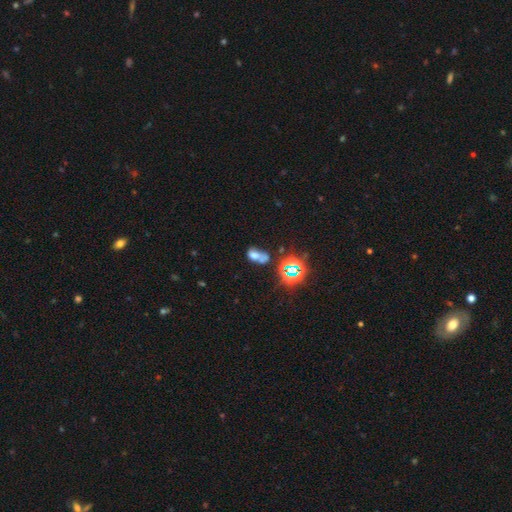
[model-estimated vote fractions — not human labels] The model was most divided on "smooth or featured": smooth: 53%, star or artifact: 25%, featured or disk: 23%. More confident: how rounded — in between (72%); merging — merger (51%).